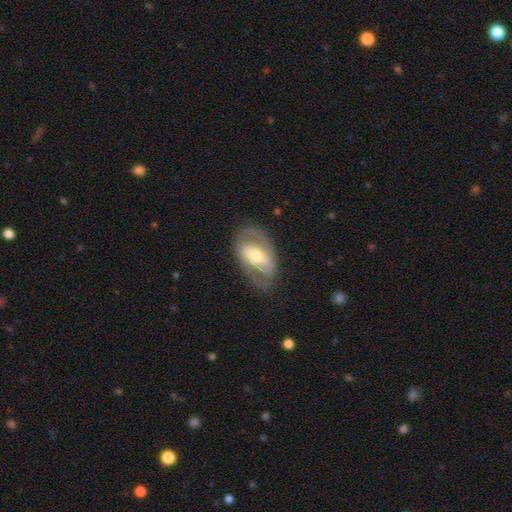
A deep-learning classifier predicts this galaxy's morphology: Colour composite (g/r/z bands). It shows a featured or disk galaxy (71%) with a strong bar (40%), spiral arms (68%) and a moderate central bulge (64%). Merging: none (71%).